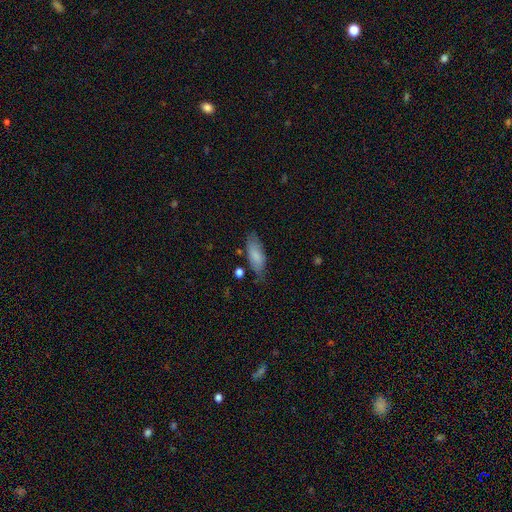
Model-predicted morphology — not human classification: smooth_or_featured: smooth (p=0.81) [alt: featured or disk p=0.13]
how_rounded: in between (p=0.71) [alt: cigar-shaped p=0.27]
merging: none (p=0.70) [alt: minor disturbance p=0.22]